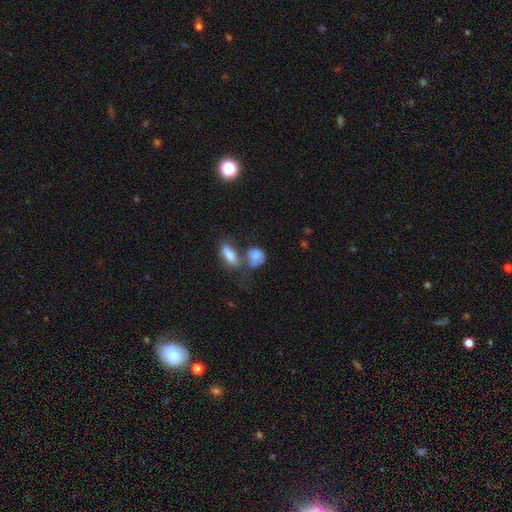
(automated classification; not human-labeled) This appears to be a smooth galaxy with no disk features (74%) that is in between round and cigar-shaped (50%). Merging: merger (44%).